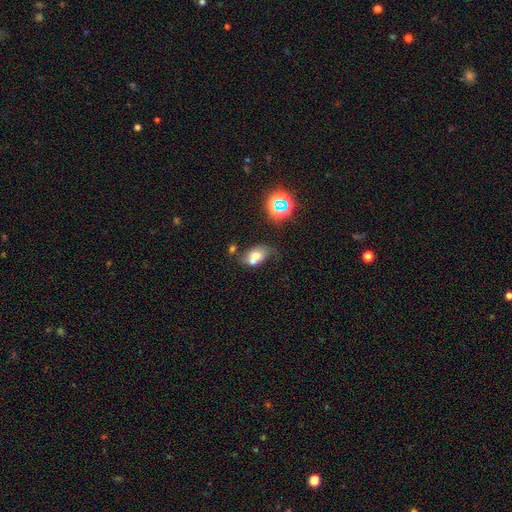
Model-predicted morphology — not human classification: Overall: smooth (60%; featured or disk 25%). How rounded: in between (76%). Merging: merger (45%; none 29%).